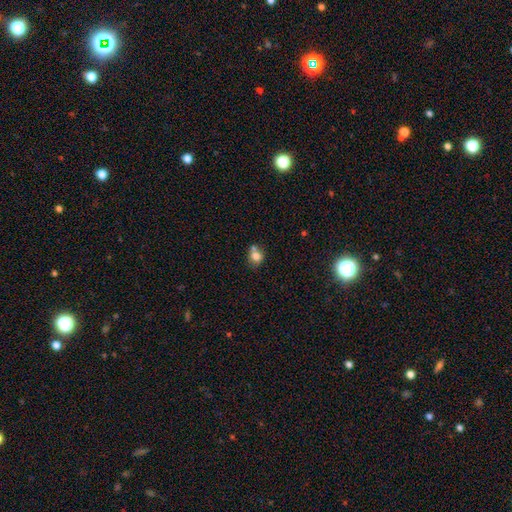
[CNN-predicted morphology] smooth_or_featured: smooth (p=0.77) [alt: featured or disk p=0.12]
how_rounded: round (p=0.66) [alt: in between p=0.33]
merging: none (p=0.47) [alt: merger p=0.34]